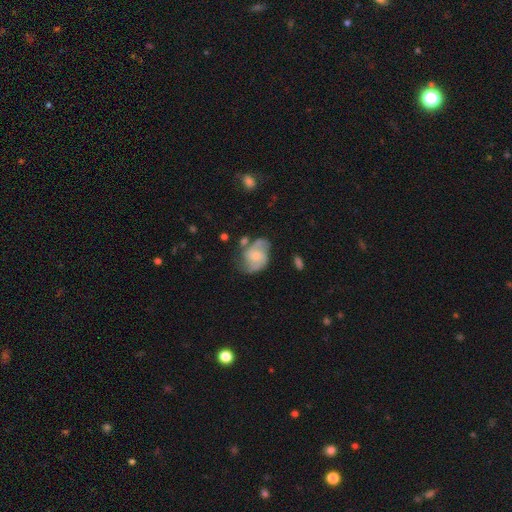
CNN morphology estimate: This appears to be a featured or disk galaxy (65%) with no bar (65%), 2 (73%) medium (48%) spiral arms (87%) and a small central bulge (45%). Merging: none (52%).